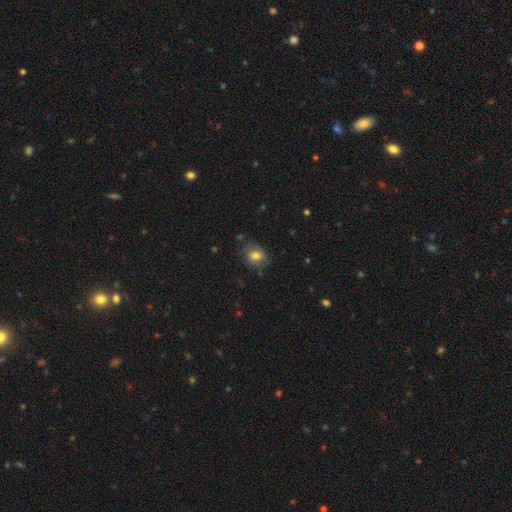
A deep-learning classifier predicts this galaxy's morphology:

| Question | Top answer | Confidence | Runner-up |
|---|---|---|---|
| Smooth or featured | smooth | 74% | featured or disk (16%) |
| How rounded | in between | 50% | round (49%) |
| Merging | none | 74% | minor disturbance (19%) |